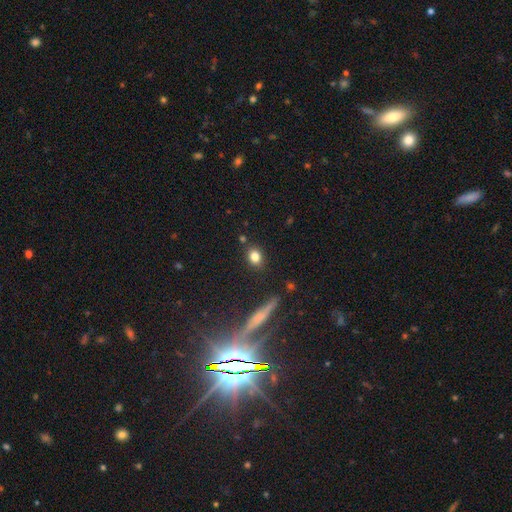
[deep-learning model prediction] Smooth or featured? Predicted: smooth (p=0.81). How rounded? Predicted: in between (p=0.58). Merging? Predicted: none (p=0.84).